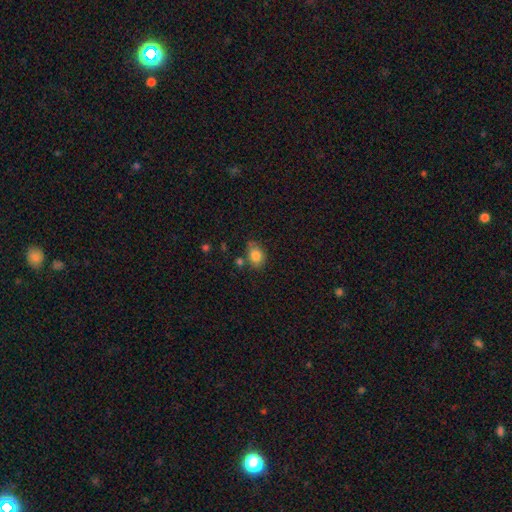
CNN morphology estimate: Smooth or featured? smooth (82%)
How rounded? in between (68%)
Merging? none (66%)